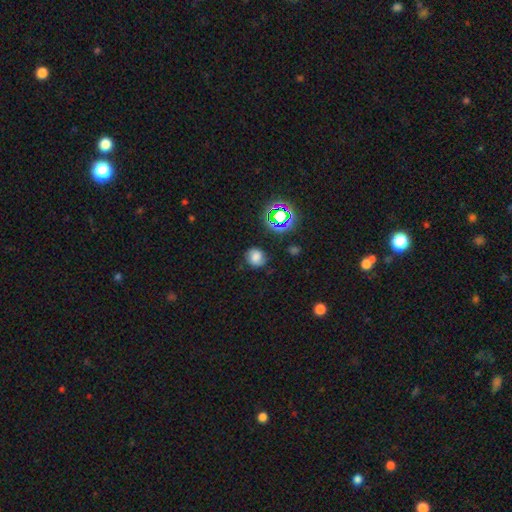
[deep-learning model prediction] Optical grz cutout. It shows a smooth galaxy with no disk features (64%) that is round (76%). Merging: none (72%).